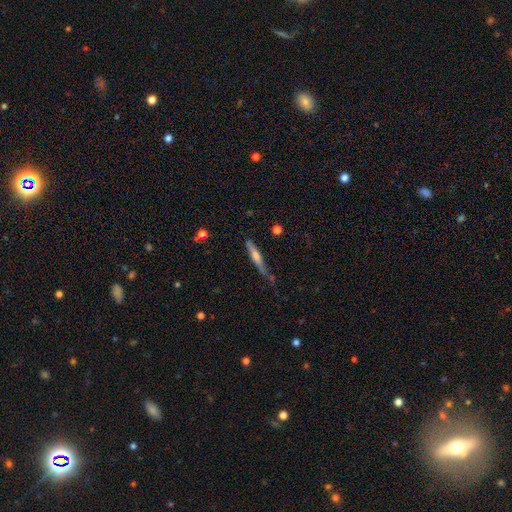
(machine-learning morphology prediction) Smooth or featured? featured or disk (59%)
Edge-on disk? yes (94%)
Edge-on bulge? rounded (72%)
Merging? none (64%)